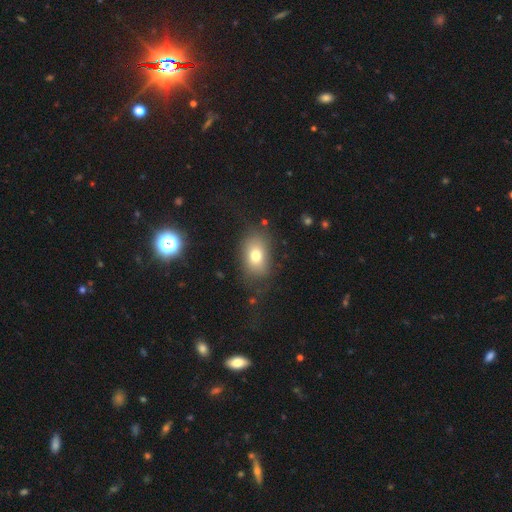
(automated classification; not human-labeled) Smooth or featured? Predicted: smooth (p=0.75). How rounded? Predicted: in between (p=0.79). Merging? Predicted: none (p=0.73).